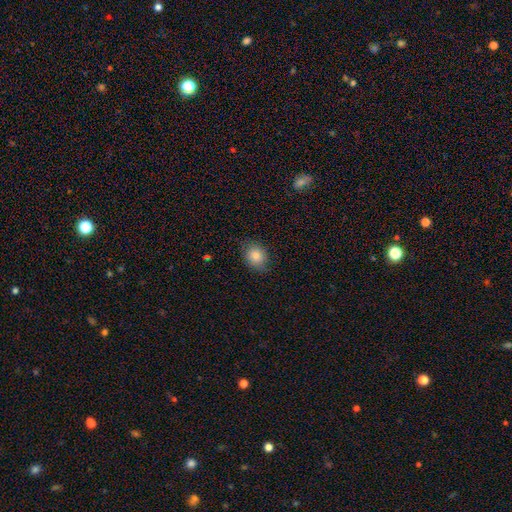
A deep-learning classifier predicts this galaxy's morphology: Smooth or featured?
  - smooth: 83% *
  - star or artifact: 9%
  - featured or disk: 8%
How rounded?
  - round: 54% *
  - in between: 45%
  - cigar-shaped: 1%
Merging?
  - none: 78% *
  - minor disturbance: 18%
  - major disturbance: 4%
  - merger: 1%